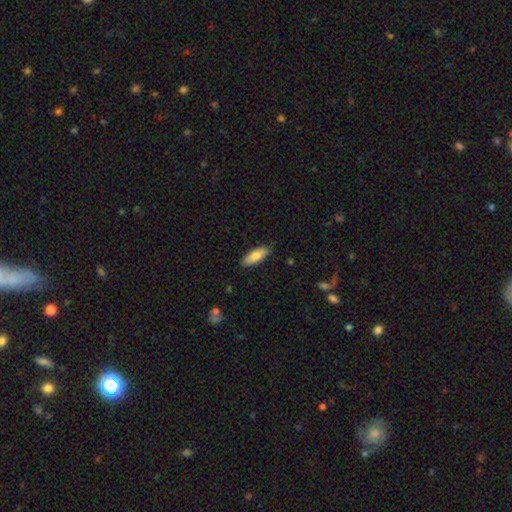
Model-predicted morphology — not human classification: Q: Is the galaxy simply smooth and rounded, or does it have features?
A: smooth — 79%.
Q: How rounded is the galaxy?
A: in between — 73%.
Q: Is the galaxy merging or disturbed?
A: none — 85%.